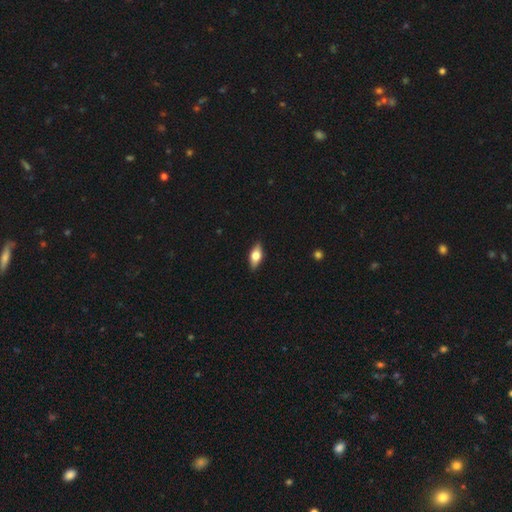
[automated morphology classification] Overall: smooth (60%; featured or disk 34%). How rounded: in between (81%). Merging: none (88%).